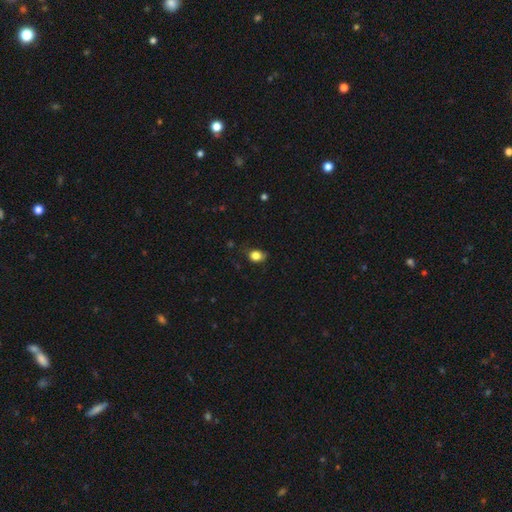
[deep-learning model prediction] A smooth galaxy with no disk features (84%) that is in between round and cigar-shaped (56%). Merging: none (70%).